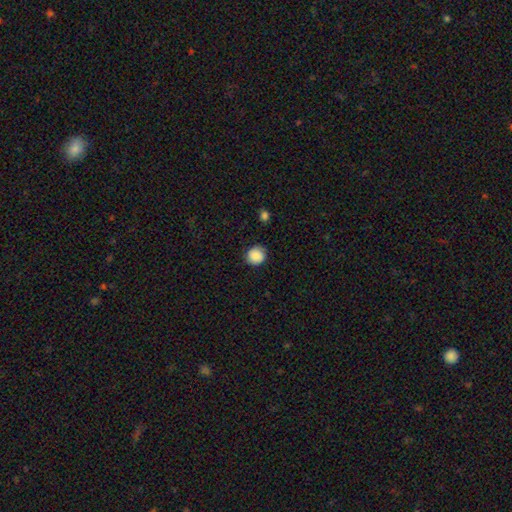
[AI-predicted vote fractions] Smooth or featured: smooth — 88% (star or artifact — 8%)
How rounded: round — 90% (in between — 9%)
Merging: none — 86% (minor disturbance — 11%)